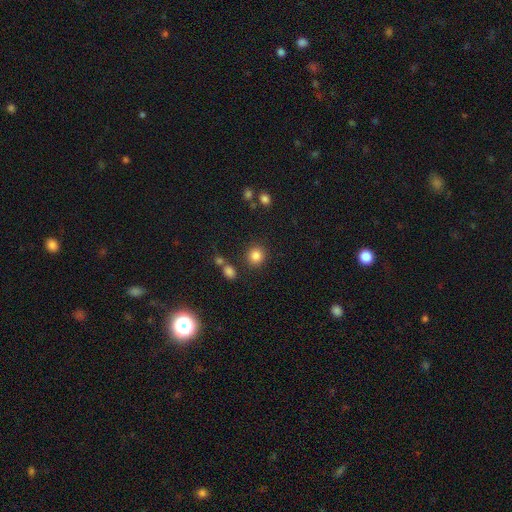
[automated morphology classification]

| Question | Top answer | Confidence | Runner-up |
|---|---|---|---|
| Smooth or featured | smooth | 84% | star or artifact (11%) |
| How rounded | round | 88% | in between (11%) |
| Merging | none | 84% | minor disturbance (8%) |